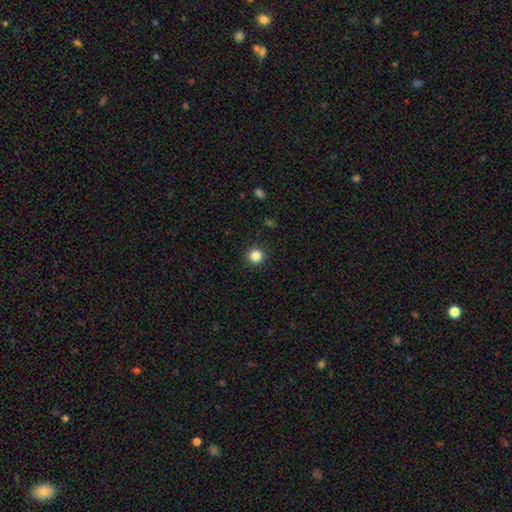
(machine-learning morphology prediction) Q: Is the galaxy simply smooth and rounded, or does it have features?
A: smooth — 85%.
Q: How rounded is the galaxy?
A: round — 95%.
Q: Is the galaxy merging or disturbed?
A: none — 92%.